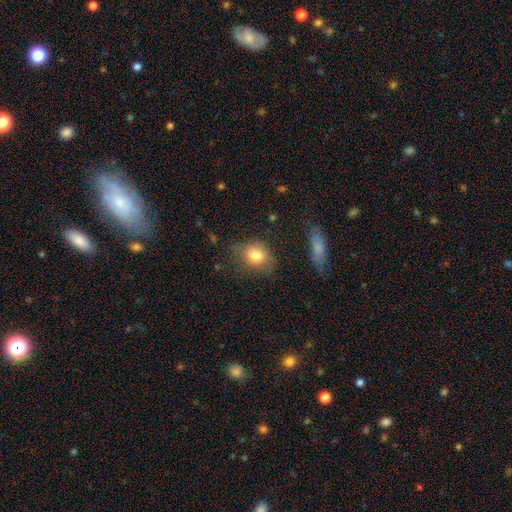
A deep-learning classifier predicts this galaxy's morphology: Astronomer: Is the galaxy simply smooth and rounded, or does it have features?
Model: smooth — 80%.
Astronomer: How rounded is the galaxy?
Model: round — 55% (runner-up: in between, 43%).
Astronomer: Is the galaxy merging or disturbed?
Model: none — 64%.